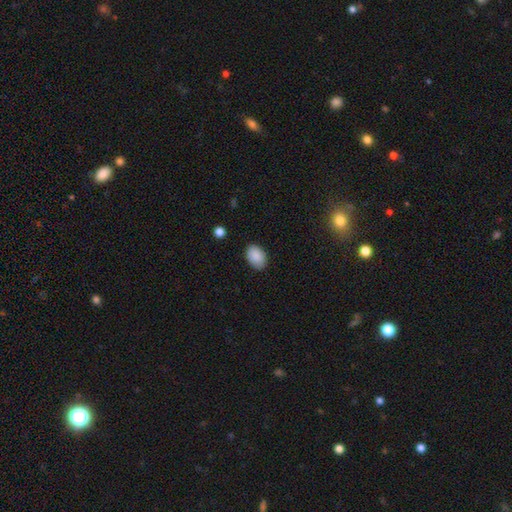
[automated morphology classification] This is clearly a smooth galaxy (89%). How rounded: clearly in between (84%). Merging: clearly none (83%).